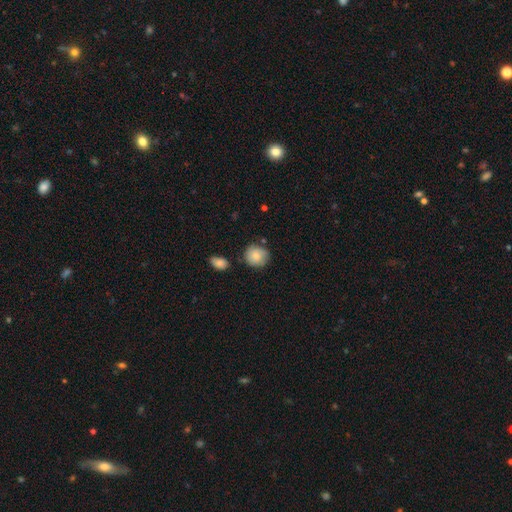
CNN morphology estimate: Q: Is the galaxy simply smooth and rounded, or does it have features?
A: smooth — 77%.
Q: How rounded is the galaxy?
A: round — 84%.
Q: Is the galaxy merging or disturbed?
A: none — 69%.